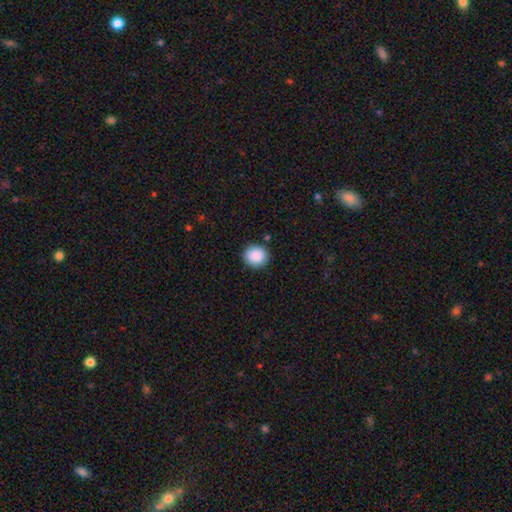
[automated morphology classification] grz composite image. It shows a smooth galaxy with no disk features (89%) that is round (83%). Merging: none (87%).